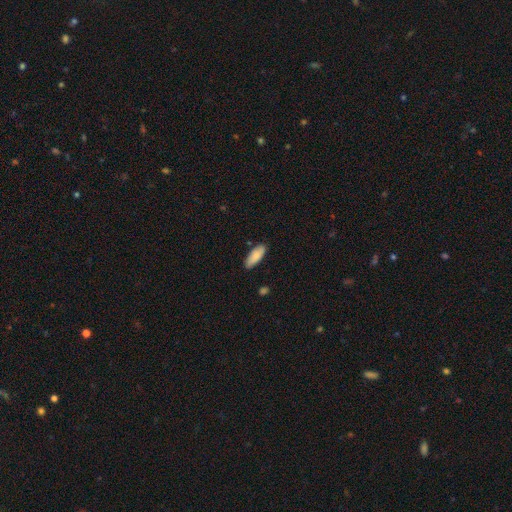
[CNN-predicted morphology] A smooth galaxy with no disk features (85%) that is in between round and cigar-shaped (71%). Merging: none (86%).